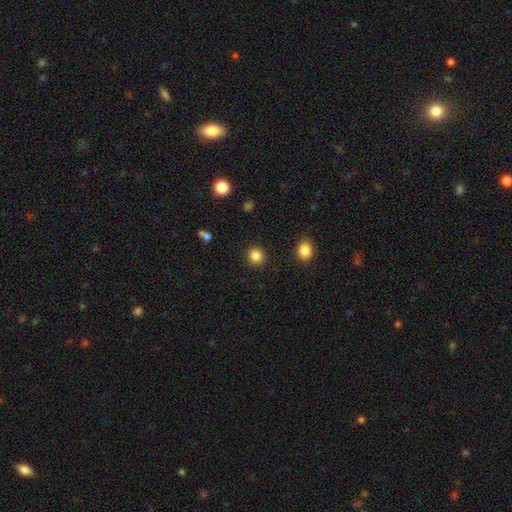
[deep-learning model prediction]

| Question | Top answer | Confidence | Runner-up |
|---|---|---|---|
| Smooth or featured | smooth | 85% | star or artifact (11%) |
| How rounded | round | 89% | in between (10%) |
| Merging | none | 91% | minor disturbance (6%) |